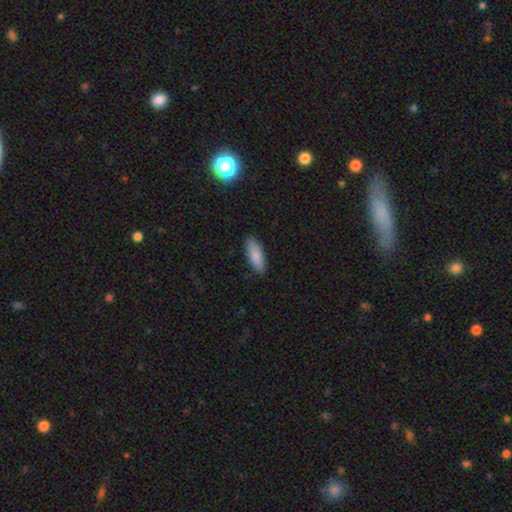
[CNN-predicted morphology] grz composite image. It shows a smooth galaxy with no disk features (87%) that is in between round and cigar-shaped (66%). Merging: none (87%).